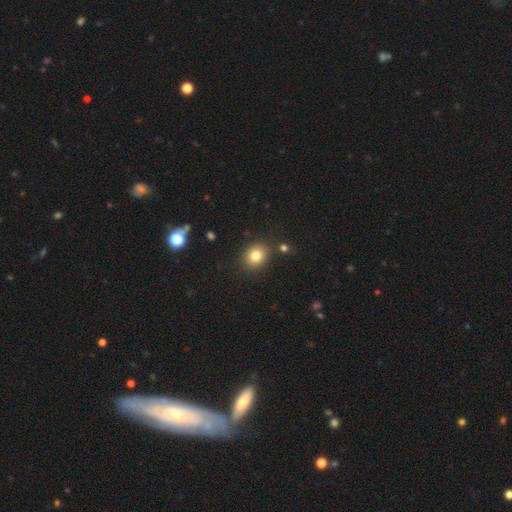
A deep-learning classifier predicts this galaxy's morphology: This is clearly a smooth galaxy (80%). How rounded: likely round (65%). Merging: clearly none (85%).